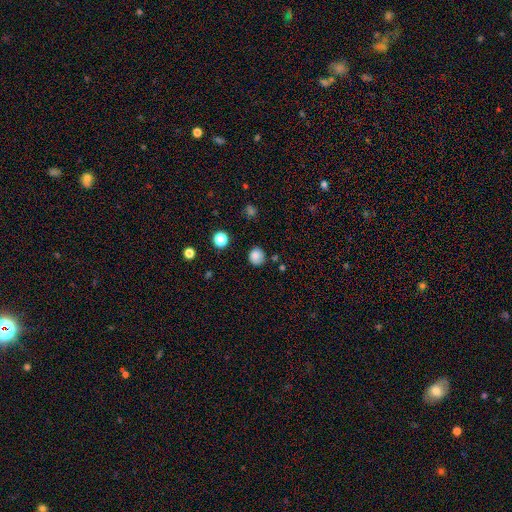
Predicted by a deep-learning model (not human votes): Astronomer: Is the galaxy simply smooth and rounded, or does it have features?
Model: smooth — 83%.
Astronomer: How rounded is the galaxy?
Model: round — 84%.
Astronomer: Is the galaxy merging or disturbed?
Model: none — 80%.